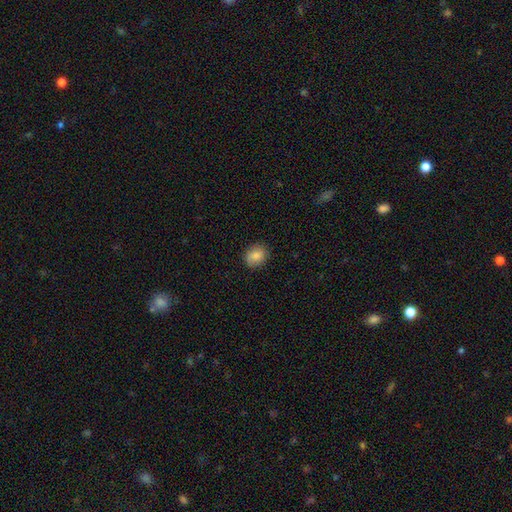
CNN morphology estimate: Smooth or featured?
  - smooth: 85% *
  - star or artifact: 8%
  - featured or disk: 6%
How rounded?
  - round: 58% *
  - in between: 41%
  - cigar-shaped: 1%
Merging?
  - none: 84% *
  - minor disturbance: 12%
  - major disturbance: 3%
  - merger: 1%